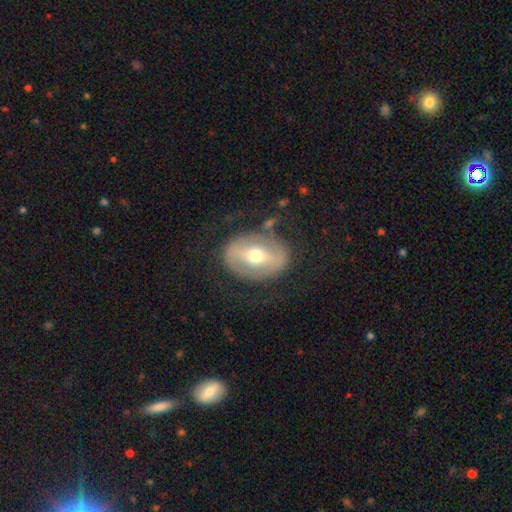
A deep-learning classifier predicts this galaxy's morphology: Smooth or featured? Predicted: featured or disk (p=0.63). Edge-on disk? Predicted: no (p=0.92). Bar? Predicted: strong (p=0.48). Spiral arms? Predicted: no (p=0.64). Bulge size? Predicted: moderate (p=0.68). Merging? Predicted: none (p=0.75).